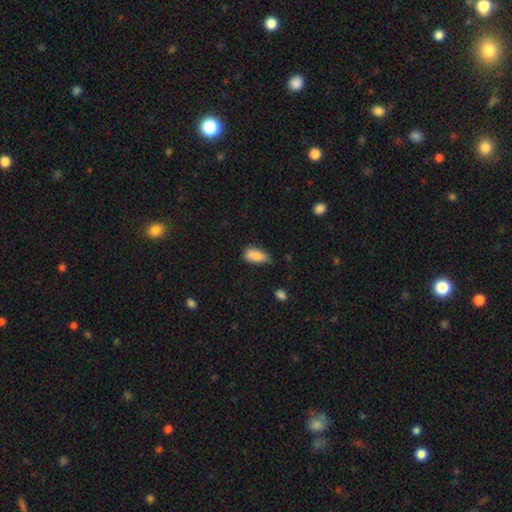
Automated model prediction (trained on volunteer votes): Q: Smooth or featured?
A: smooth (83%); runner-up: featured or disk (10%)
Q: How rounded?
A: in between (88%); runner-up: cigar-shaped (8%)
Q: Merging?
A: none (51%); runner-up: minor disturbance (37%)